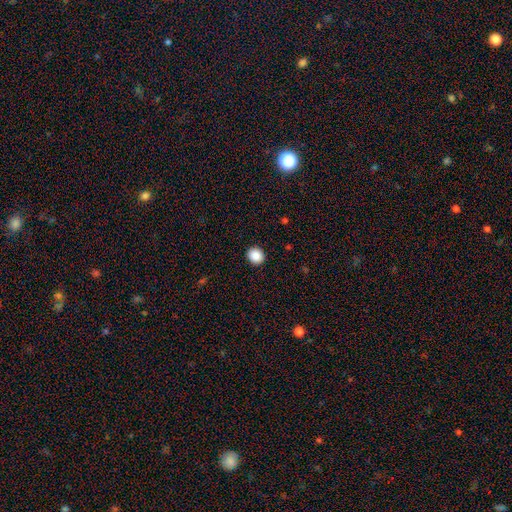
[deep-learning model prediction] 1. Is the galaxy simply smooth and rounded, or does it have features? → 88% smooth, 9% star or artifact, 3% featured or disk.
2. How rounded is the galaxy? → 83% round, 16% in between, 1% cigar-shaped.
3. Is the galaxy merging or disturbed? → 93% none, 5% minor disturbance, 2% major disturbance, 1% merger.